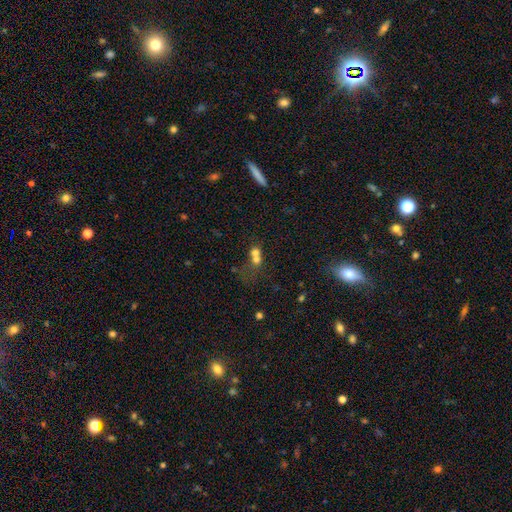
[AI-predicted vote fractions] smooth_or_featured: smooth (p=0.64) [alt: featured or disk p=0.20]
how_rounded: round (p=0.73) [alt: in between p=0.25]
merging: merger (p=0.66) [alt: none p=0.23]